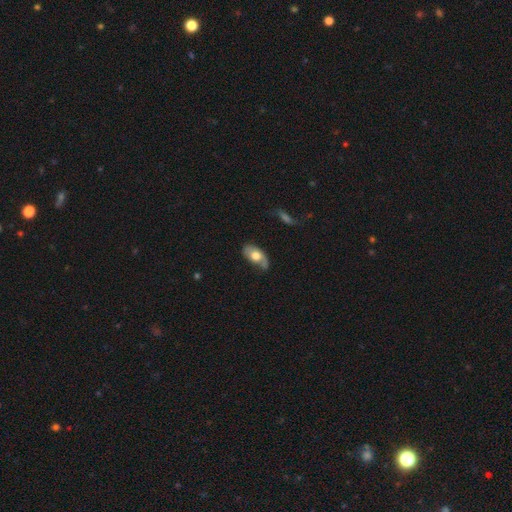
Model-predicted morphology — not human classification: Smooth or featured? Predicted: smooth (p=0.59). How rounded? Predicted: in between (p=0.90). Merging? Predicted: none (p=0.49).